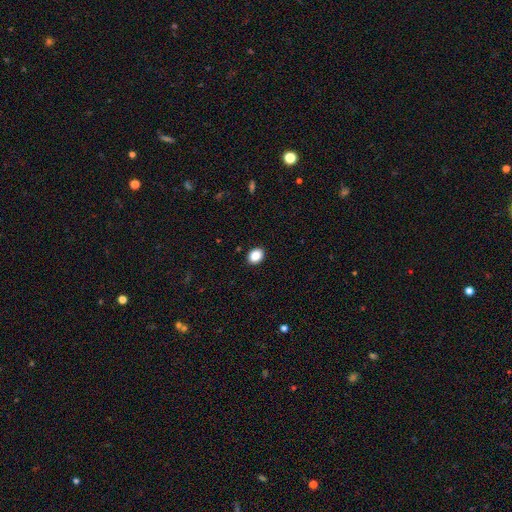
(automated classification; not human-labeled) Smooth or featured?
  - smooth: 89% *
  - star or artifact: 8%
  - featured or disk: 3%
How rounded?
  - in between: 60% *
  - round: 39%
  - cigar-shaped: 1%
Merging?
  - none: 91% *
  - minor disturbance: 6%
  - major disturbance: 2%
  - merger: 1%